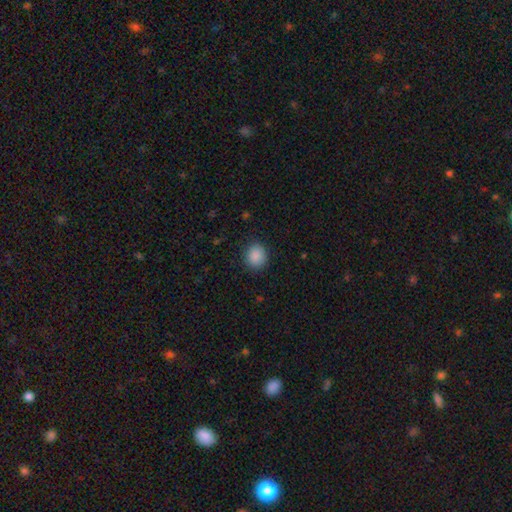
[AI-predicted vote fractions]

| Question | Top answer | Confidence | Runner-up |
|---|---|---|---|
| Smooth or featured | smooth | 88% | star or artifact (9%) |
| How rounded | round | 73% | in between (26%) |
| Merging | none | 87% | minor disturbance (9%) |